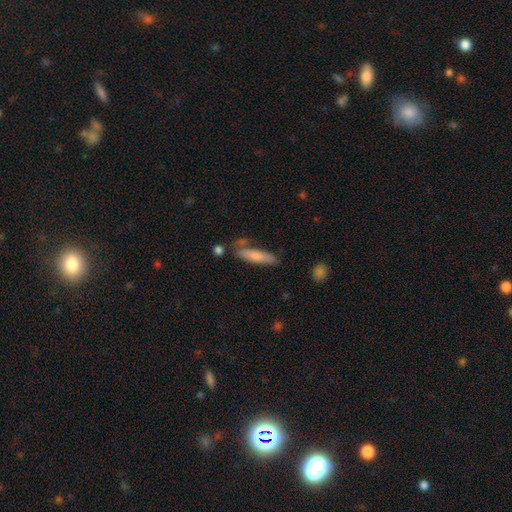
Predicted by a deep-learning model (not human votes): Q: Smooth or featured?
A: smooth (76%); runner-up: featured or disk (18%)
Q: How rounded?
A: cigar-shaped (71%); runner-up: in between (27%)
Q: Merging?
A: none (65%); runner-up: minor disturbance (20%)